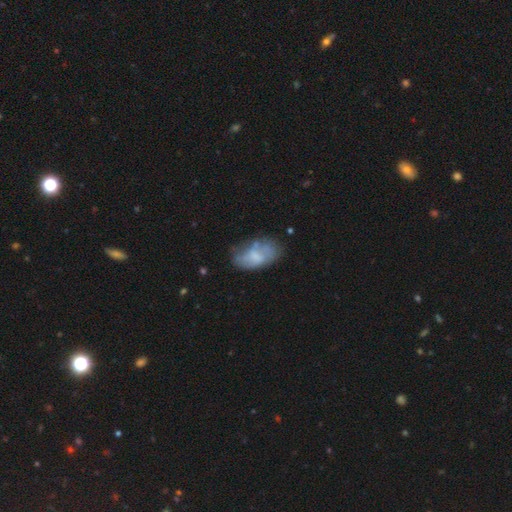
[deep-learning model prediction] This is possibly a smooth galaxy (57%). How rounded: clearly in between (93%). Merging: possibly none (48%).